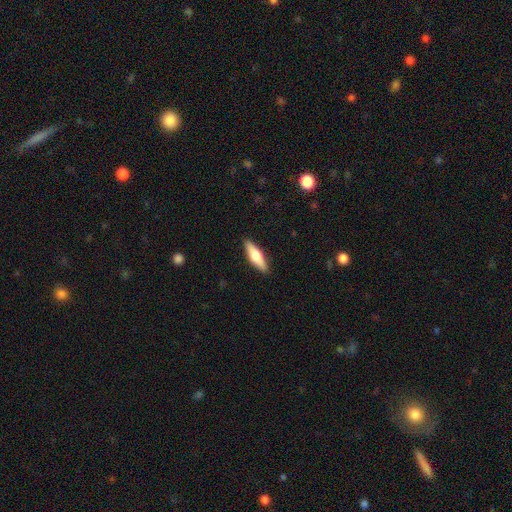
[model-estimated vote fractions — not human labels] Smooth or featured?
  - smooth: 56% *
  - featured or disk: 39%
  - star or artifact: 6%
How rounded?
  - cigar-shaped: 60% *
  - in between: 38%
  - round: 2%
Merging?
  - none: 90% *
  - minor disturbance: 7%
  - major disturbance: 2%
  - merger: 1%